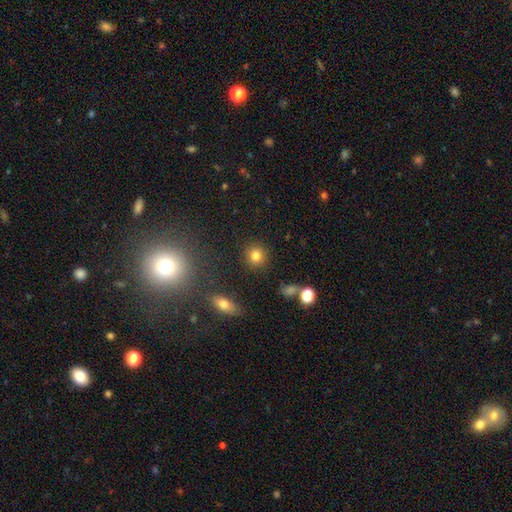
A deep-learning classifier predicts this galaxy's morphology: This appears to be a smooth galaxy with no disk features (82%) that is round (90%). Merging: none (90%).